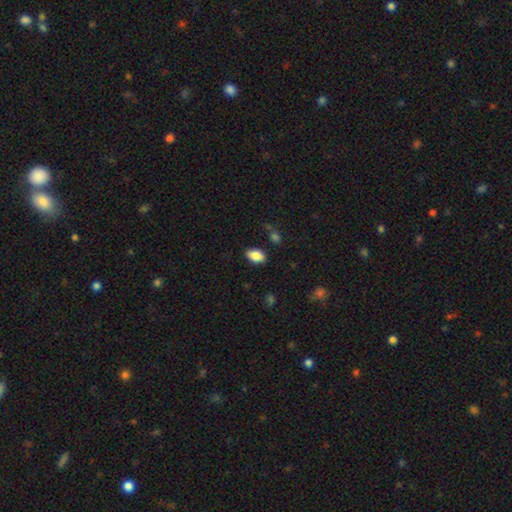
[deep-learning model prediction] The model was most divided on "merging": none: 83%, minor disturbance: 13%, major disturbance: 3%, merger: 2%. More confident: how rounded — in between (91%); smooth or featured — smooth (86%).